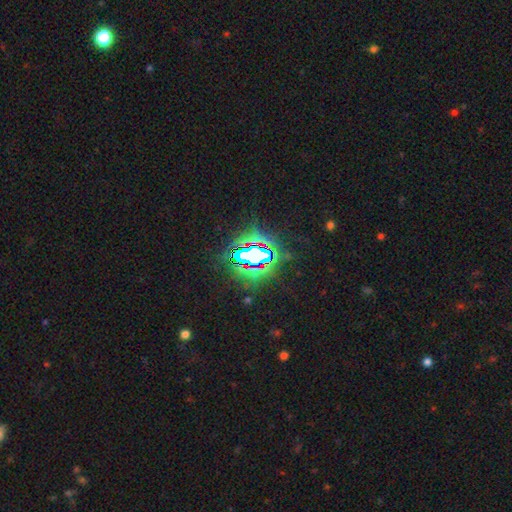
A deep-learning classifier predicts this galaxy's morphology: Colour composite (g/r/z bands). It shows a star or artifact, not a galaxy (77%).